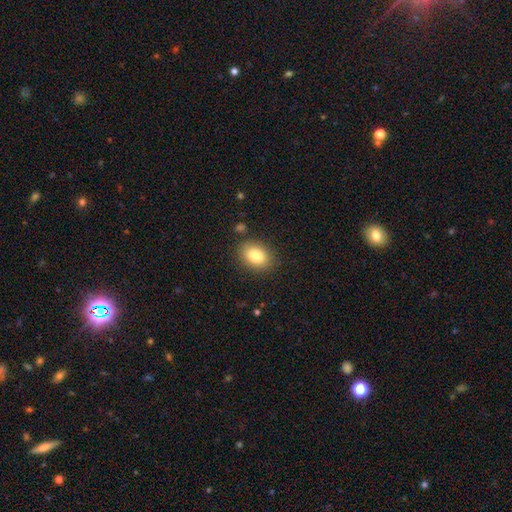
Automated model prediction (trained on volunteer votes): The model was most divided on "how rounded": in between: 76%, round: 23%, cigar-shaped: 1%. More confident: merging — none (85%); smooth or featured — smooth (84%).